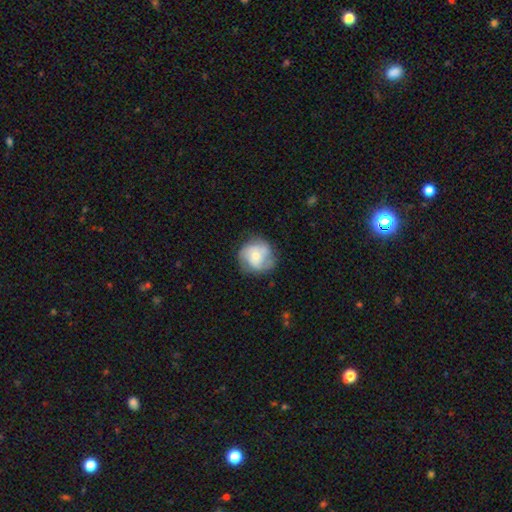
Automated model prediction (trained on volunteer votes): smooth_or_featured: featured or disk (p=0.51) [alt: smooth p=0.42]
disk_edge_on: no (p=0.97) [alt: yes p=0.03]
merging: none (p=0.69) [alt: minor disturbance p=0.21]